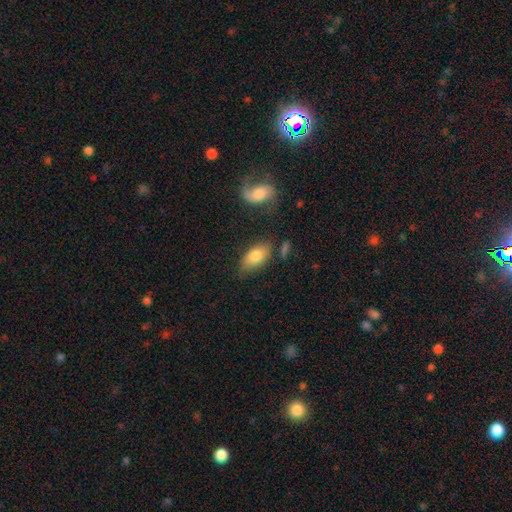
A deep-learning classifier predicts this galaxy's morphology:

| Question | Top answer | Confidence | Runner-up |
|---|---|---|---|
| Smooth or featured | smooth | 79% | featured or disk (14%) |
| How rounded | in between | 91% | cigar-shaped (5%) |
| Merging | none | 71% | minor disturbance (17%) |